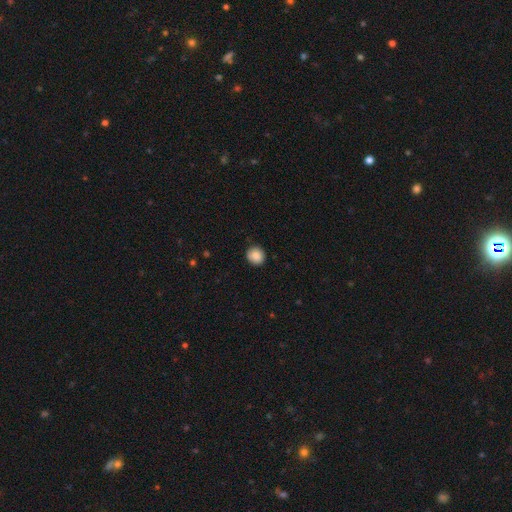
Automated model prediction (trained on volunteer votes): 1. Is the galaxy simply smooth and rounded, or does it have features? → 86% smooth, 8% star or artifact, 5% featured or disk.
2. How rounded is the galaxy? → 87% round, 12% in between, 1% cigar-shaped.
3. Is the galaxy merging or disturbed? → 87% none, 10% minor disturbance, 2% major disturbance, 1% merger.